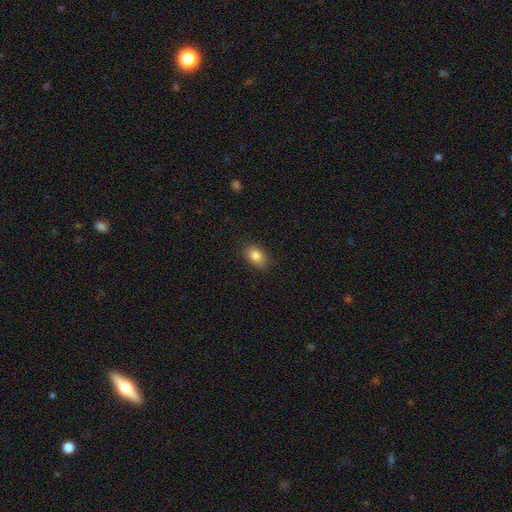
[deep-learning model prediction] The model was most divided on "how rounded": in between: 82%, round: 16%, cigar-shaped: 2%. More confident: smooth or featured — smooth (84%); merging — none (82%).